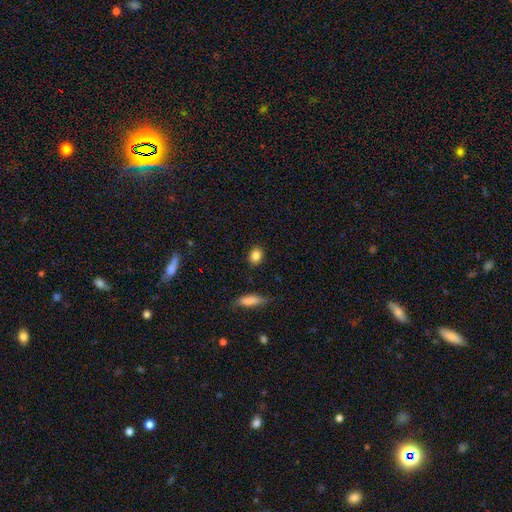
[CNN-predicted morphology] Smooth or featured?
  - smooth: 85% *
  - star or artifact: 9%
  - featured or disk: 6%
How rounded?
  - in between: 56% *
  - round: 42%
  - cigar-shaped: 2%
Merging?
  - none: 87% *
  - minor disturbance: 9%
  - major disturbance: 2%
  - merger: 2%